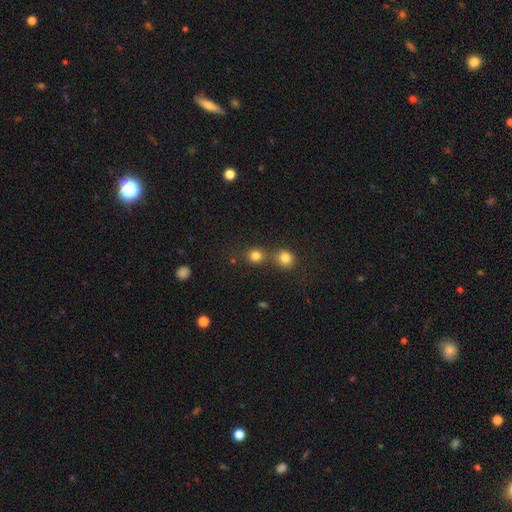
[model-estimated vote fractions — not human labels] A smooth galaxy with no disk features (80%) that is round (86%). Merging: none (58%).